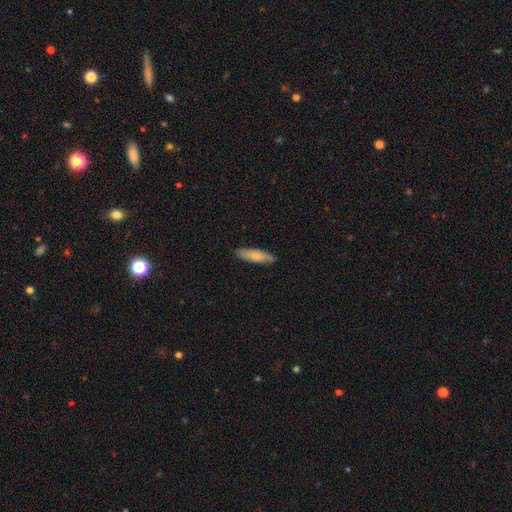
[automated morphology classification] smooth-or-featured: smooth: 74% | featured or disk: 20% | star or artifact: 6%
  how-rounded: cigar-shaped: 62% | in between: 36% | round: 2%
  merging: none: 84% | minor disturbance: 13% | major disturbance: 2% | merger: 1%